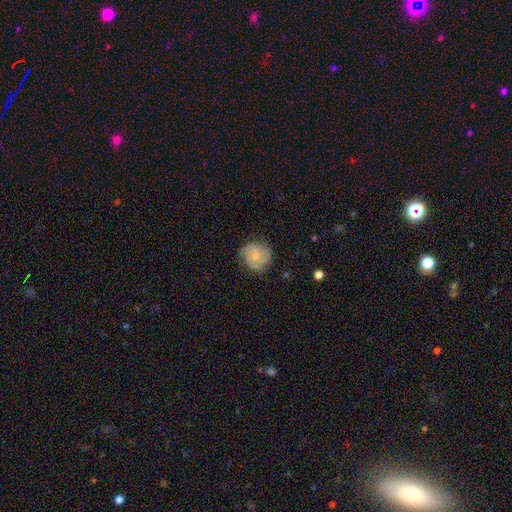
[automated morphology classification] smooth-or-featured: smooth: 48% | featured or disk: 45% | star or artifact: 7%
  merging: none: 71% | minor disturbance: 22% | major disturbance: 6% | merger: 1%